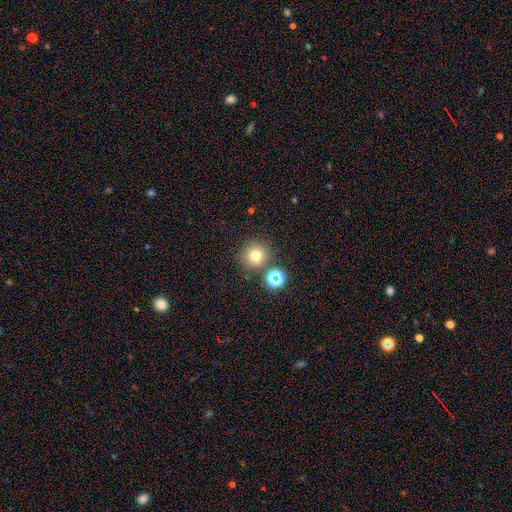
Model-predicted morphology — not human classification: Smooth or featured? smooth (72%)
How rounded? round (93%)
Merging? none (79%)